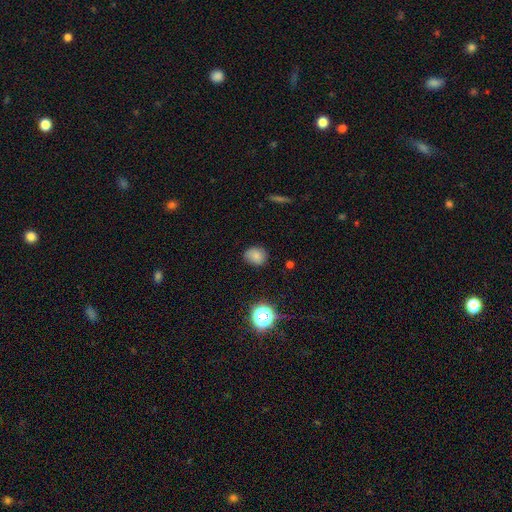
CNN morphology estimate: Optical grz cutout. It shows a smooth galaxy with no disk features (78%) that is round (60%). Merging: none (82%).